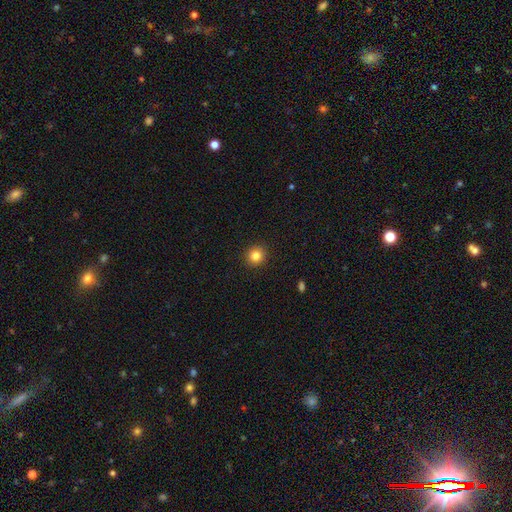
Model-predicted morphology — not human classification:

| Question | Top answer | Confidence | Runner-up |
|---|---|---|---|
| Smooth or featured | smooth | 84% | star or artifact (11%) |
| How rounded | round | 91% | in between (8%) |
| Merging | none | 92% | minor disturbance (5%) |